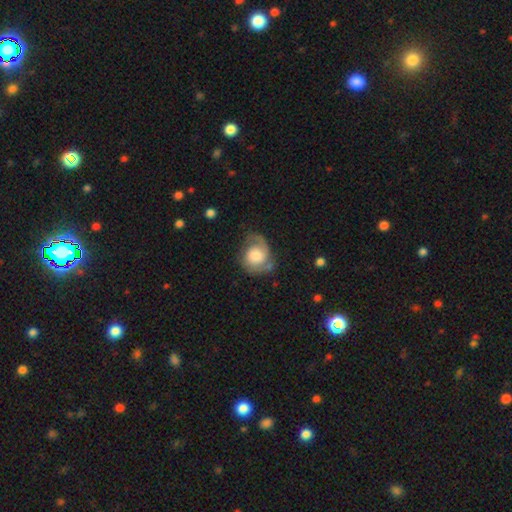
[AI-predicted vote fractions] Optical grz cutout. It shows a featured or disk galaxy (61%) with no bar (69%), 2 (70%) medium (43%) spiral arms (88%) and a moderate central bulge (44%). Merging: none (55%).